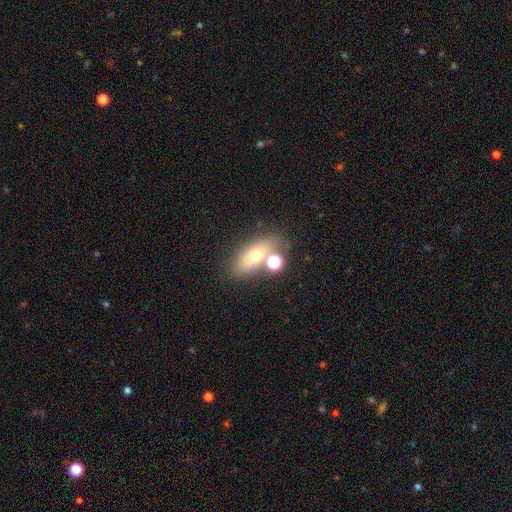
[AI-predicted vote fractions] This appears to be a smooth galaxy with no disk features (61%) that is in between round and cigar-shaped (68%). Merging: none (60%).